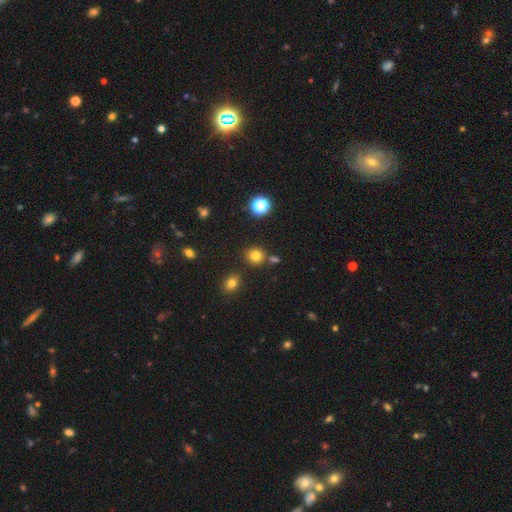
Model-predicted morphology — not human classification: A smooth galaxy with no disk features (78%) that is round (85%). Merging: none (78%).